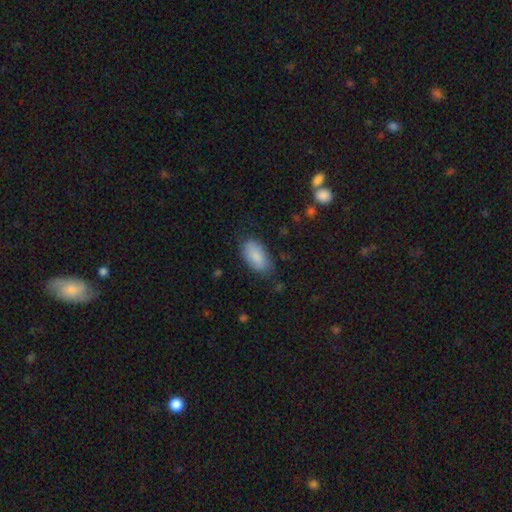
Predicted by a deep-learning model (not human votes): The model was most divided on "merging": none: 76%, minor disturbance: 19%, major disturbance: 4%, merger: 1%. More confident: how rounded — in between (93%); smooth or featured — smooth (85%).